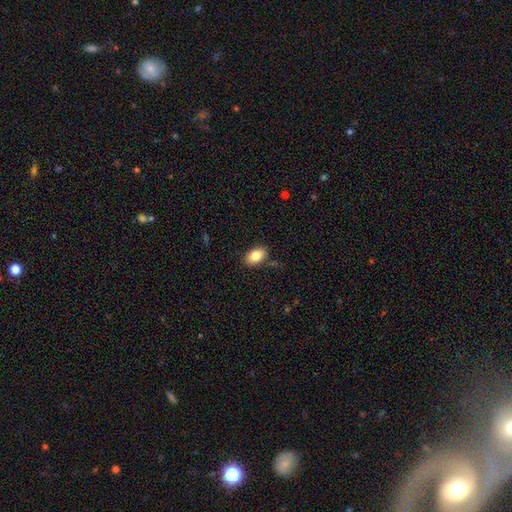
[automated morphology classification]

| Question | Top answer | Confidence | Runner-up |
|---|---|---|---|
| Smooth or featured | smooth | 82% | featured or disk (10%) |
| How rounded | in between | 87% | round (11%) |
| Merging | none | 83% | minor disturbance (12%) |